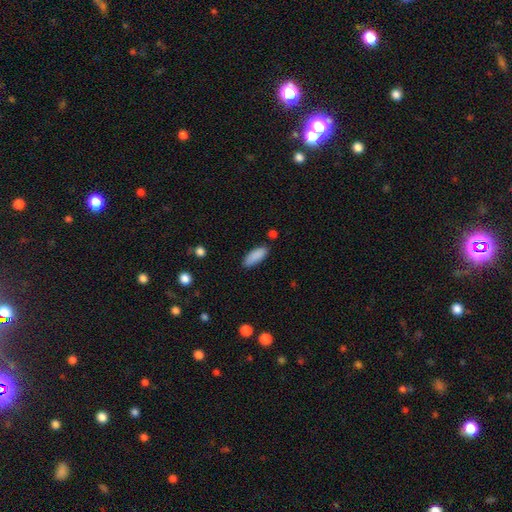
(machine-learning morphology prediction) This is clearly a smooth galaxy (89%). How rounded: likely in between (73%). Merging: clearly none (82%).